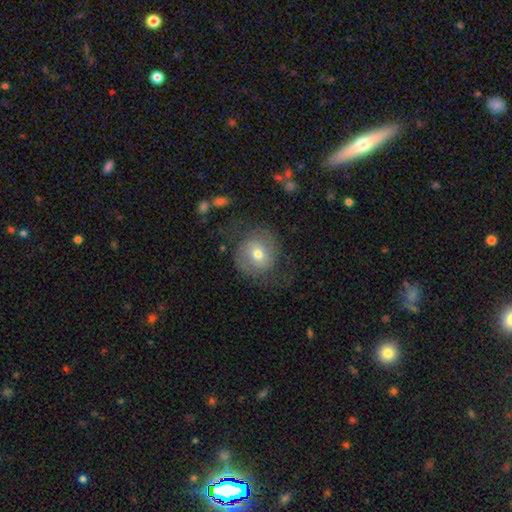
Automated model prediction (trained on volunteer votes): This appears to be a featured or disk galaxy (65%) with no bar (69%), spiral arms (81%) and a moderate central bulge (64%). Merging: none (76%).